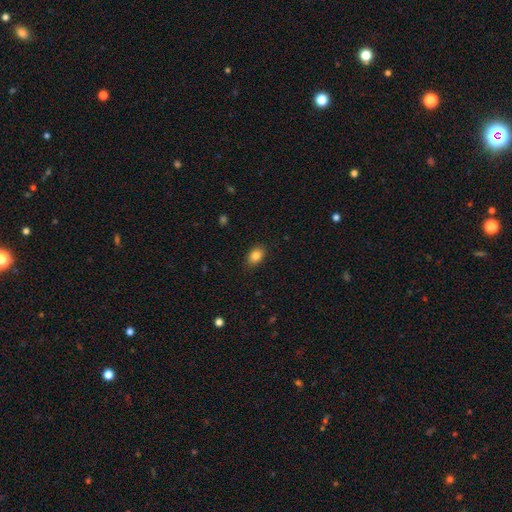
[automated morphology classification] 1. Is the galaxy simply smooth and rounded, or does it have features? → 86% smooth, 9% star or artifact, 6% featured or disk.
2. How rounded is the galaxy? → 79% in between, 20% round, 1% cigar-shaped.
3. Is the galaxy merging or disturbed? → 87% none, 10% minor disturbance, 2% major disturbance, 1% merger.